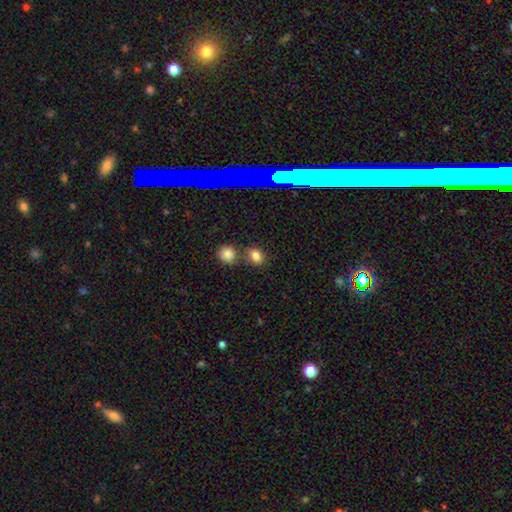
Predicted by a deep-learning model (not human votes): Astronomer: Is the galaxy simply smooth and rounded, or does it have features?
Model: smooth — 78%.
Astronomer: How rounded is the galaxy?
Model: round — 49%, tied with in between at 49%.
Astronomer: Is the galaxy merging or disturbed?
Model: none — 64%.